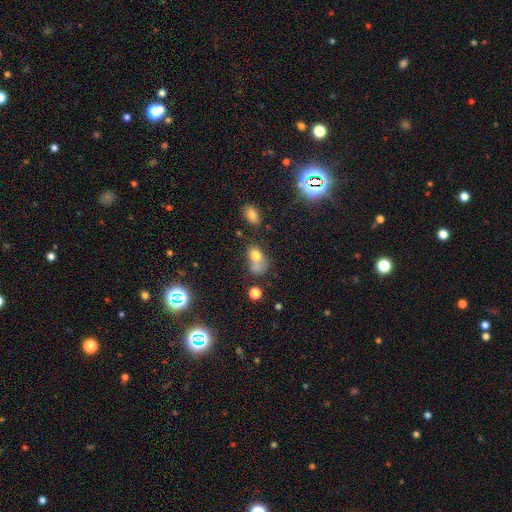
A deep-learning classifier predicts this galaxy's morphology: Smooth or featured: smooth — 70% (featured or disk — 15%)
How rounded: in between — 68% (round — 30%)
Merging: merger — 36% (none — 27%)